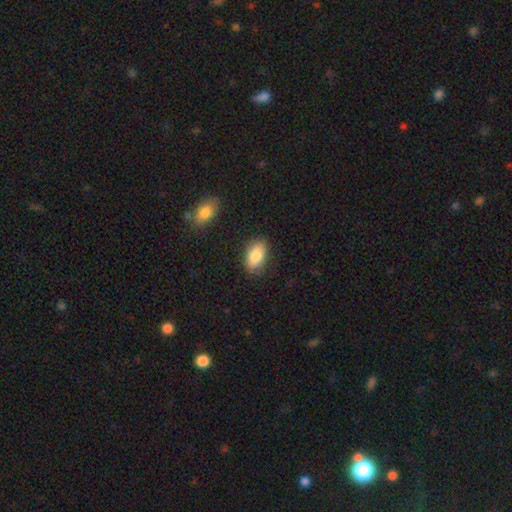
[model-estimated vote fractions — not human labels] Overall: smooth (86%). How rounded: in between (92%). Merging: none (83%).